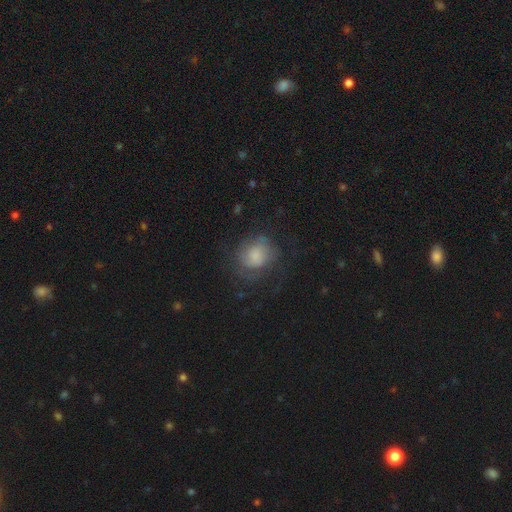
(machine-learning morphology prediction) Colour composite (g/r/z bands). It shows a smooth galaxy with no disk features (53%) that is round (74%). Merging: none (58%).